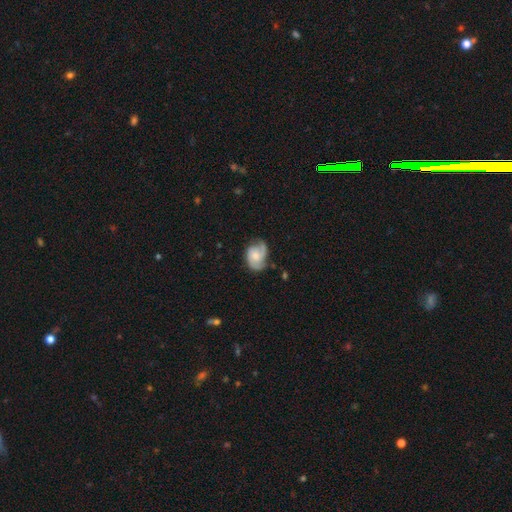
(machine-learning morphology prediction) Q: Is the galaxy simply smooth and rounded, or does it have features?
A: featured or disk — 65%.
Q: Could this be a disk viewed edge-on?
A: no — 97%.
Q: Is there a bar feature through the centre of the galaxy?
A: no — 68%.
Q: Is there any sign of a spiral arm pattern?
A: yes — 90%.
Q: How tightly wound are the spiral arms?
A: medium — 43%.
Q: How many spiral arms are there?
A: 2 — 55%.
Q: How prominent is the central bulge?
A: moderate — 44%.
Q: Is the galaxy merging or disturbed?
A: none — 53%.